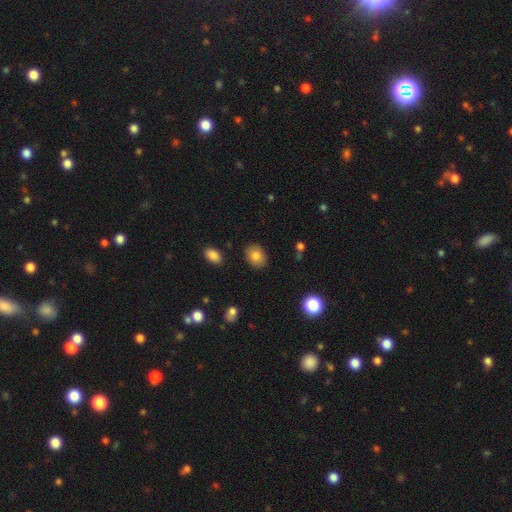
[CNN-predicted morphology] This appears to be a smooth galaxy with no disk features (82%) that is in between round and cigar-shaped (61%). Merging: none (87%).